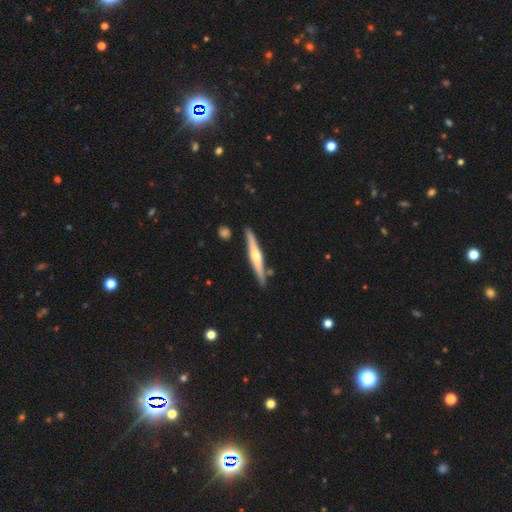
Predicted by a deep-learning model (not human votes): This appears to be a featured or disk galaxy (66%) viewed edge-on (97%) with a rounded central bulge (87%). Merging: none (87%).